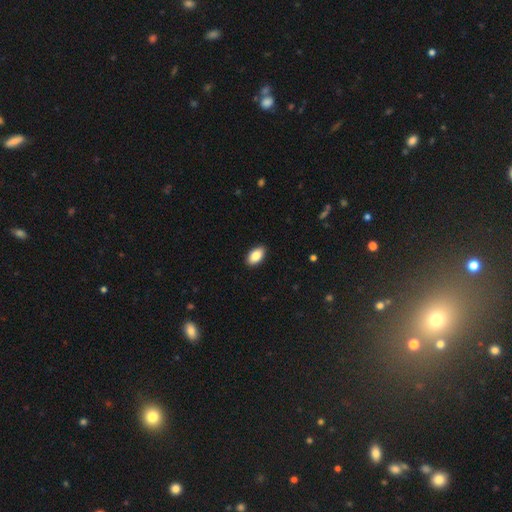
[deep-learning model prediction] Overall: smooth (86%). How rounded: in between (93%). Merging: none (90%).